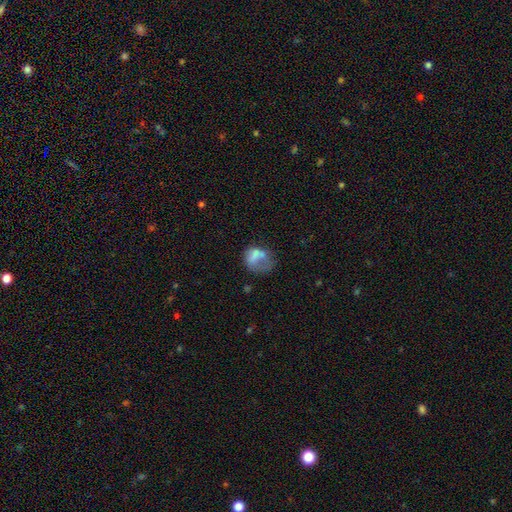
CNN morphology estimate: Overall: smooth (61%; featured or disk 28%). How rounded: round (50%; in between 49%). Merging: major disturbance (40%; none 26%).